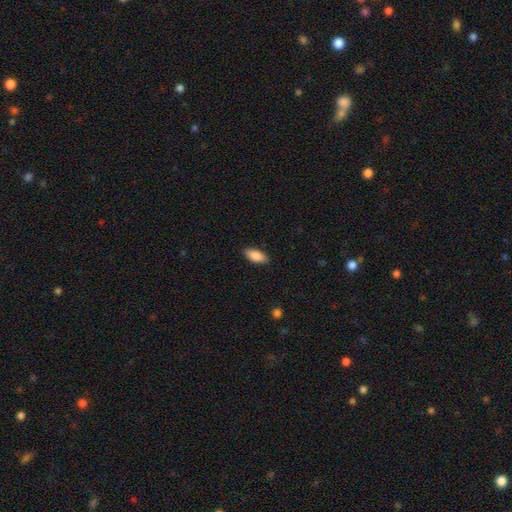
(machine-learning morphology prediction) This appears to be a smooth galaxy with no disk features (87%) that is in between round and cigar-shaped (87%). Merging: none (88%).